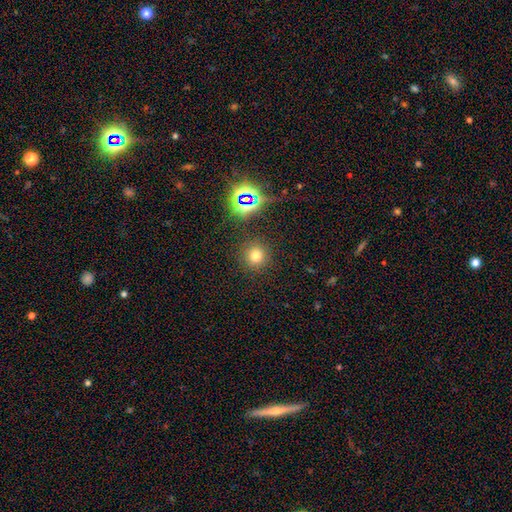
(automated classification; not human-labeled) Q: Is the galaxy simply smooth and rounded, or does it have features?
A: smooth — 69%.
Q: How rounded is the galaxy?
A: round — 93%.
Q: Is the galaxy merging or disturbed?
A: none — 88%.